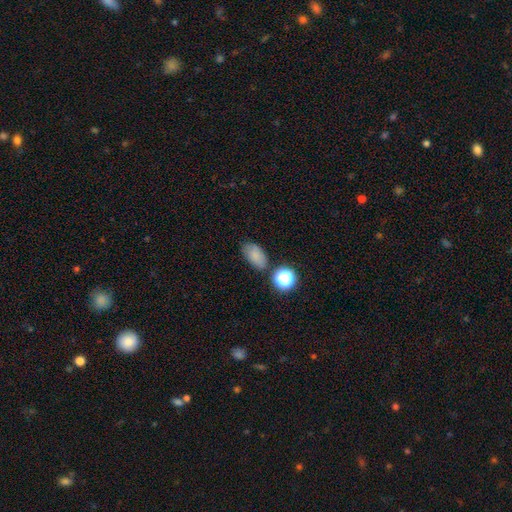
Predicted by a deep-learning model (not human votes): Smooth or featured?
  - smooth: 78% *
  - star or artifact: 13%
  - featured or disk: 9%
How rounded?
  - in between: 88% *
  - round: 10%
  - cigar-shaped: 2%
Merging?
  - none: 70% *
  - minor disturbance: 17%
  - merger: 8%
  - major disturbance: 5%